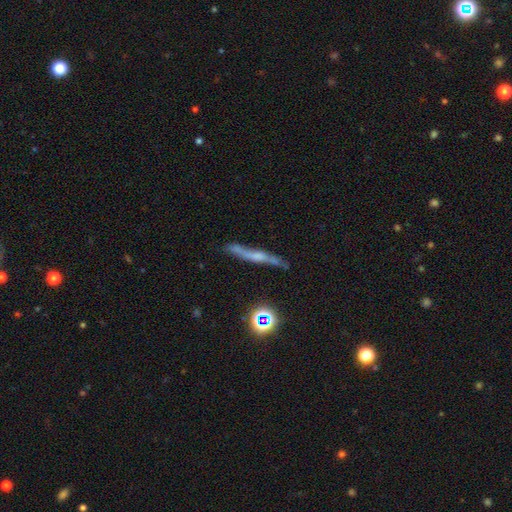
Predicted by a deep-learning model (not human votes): Smooth or featured? featured or disk (58%)
Edge-on disk? yes (81%)
Merging? none (72%)